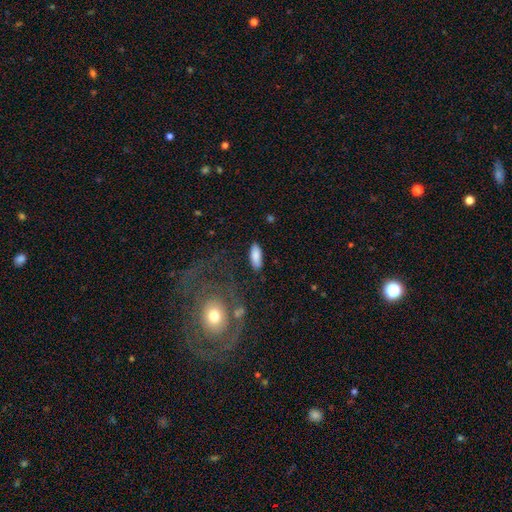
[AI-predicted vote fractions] smooth_or_featured: smooth (p=0.86) [alt: featured or disk p=0.07]
how_rounded: in between (p=0.76) [alt: cigar-shaped p=0.22]
merging: none (p=0.84) [alt: minor disturbance p=0.11]